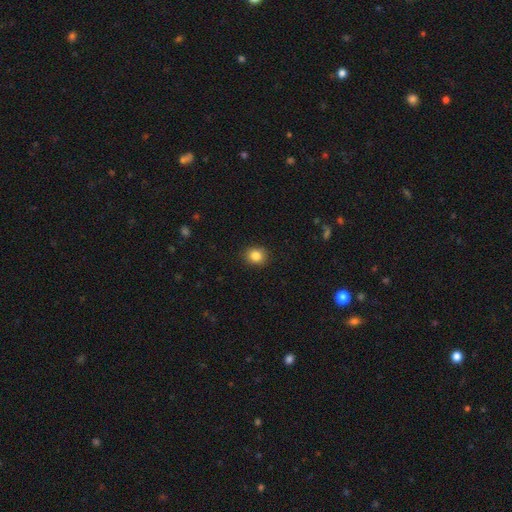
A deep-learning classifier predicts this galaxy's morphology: smooth_or_featured: smooth (p=0.85) [alt: star or artifact p=0.10]
how_rounded: round (p=0.74) [alt: in between p=0.25]
merging: none (p=0.90) [alt: minor disturbance p=0.07]